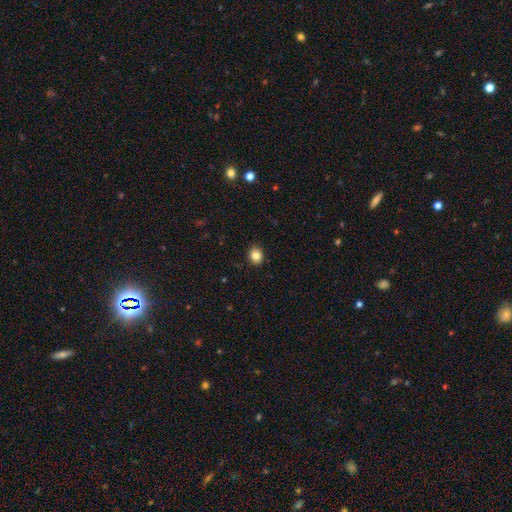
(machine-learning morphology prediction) This appears to be a smooth galaxy with no disk features (84%) that is round (67%). Merging: none (90%).